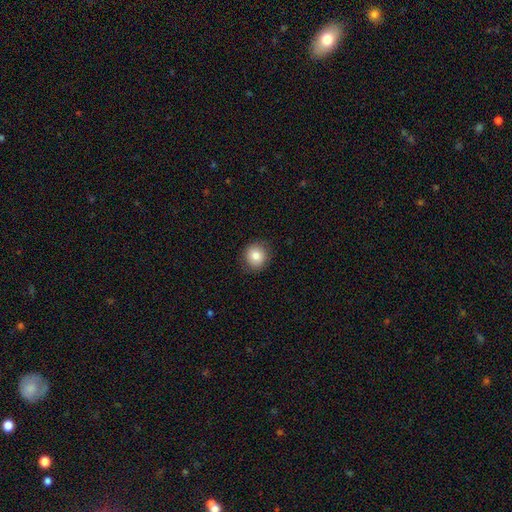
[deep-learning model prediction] A smooth galaxy with no disk features (82%) that is round (89%).

Vote fractions:
- Smooth or featured? smooth: 82% / star or artifact: 9% / featured or disk: 9%
- How rounded? round: 89% / in between: 11% / cigar-shaped: 1%
- Merging? none: 87% / minor disturbance: 10% / major disturbance: 3% / merger: 1%